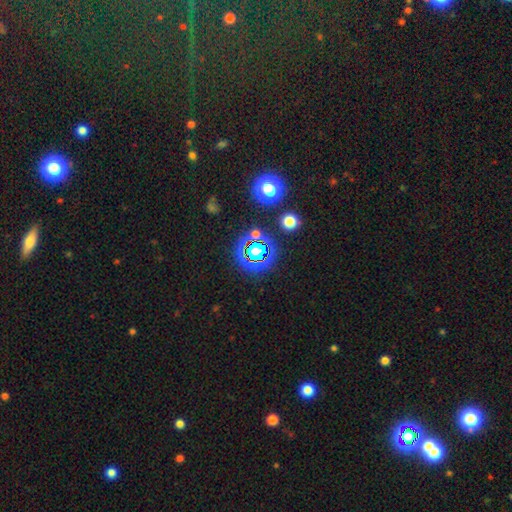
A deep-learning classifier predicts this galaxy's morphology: type=star or artifact (76%).